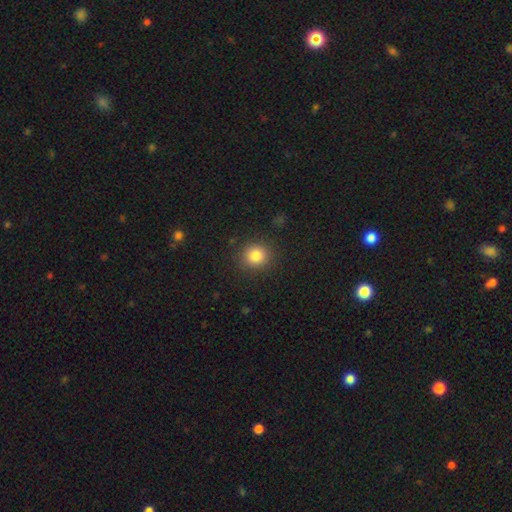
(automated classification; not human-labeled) This appears to be a smooth galaxy with no disk features (83%) that is round (88%). Merging: none (89%).